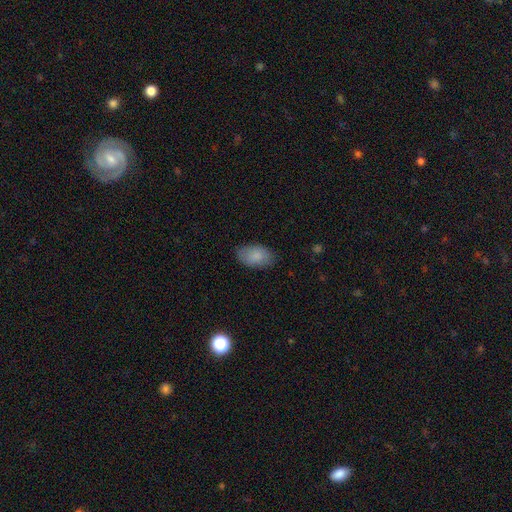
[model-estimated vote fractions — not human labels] Smooth or featured: smooth — 86% (featured or disk — 8%)
How rounded: in between — 93% (round — 5%)
Merging: none — 83% (minor disturbance — 13%)